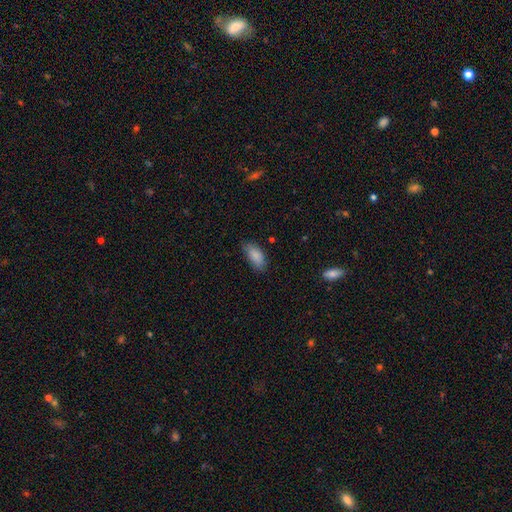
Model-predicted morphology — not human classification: A smooth galaxy with no disk features (87%) that is in between round and cigar-shaped (91%). Merging: none (76%).